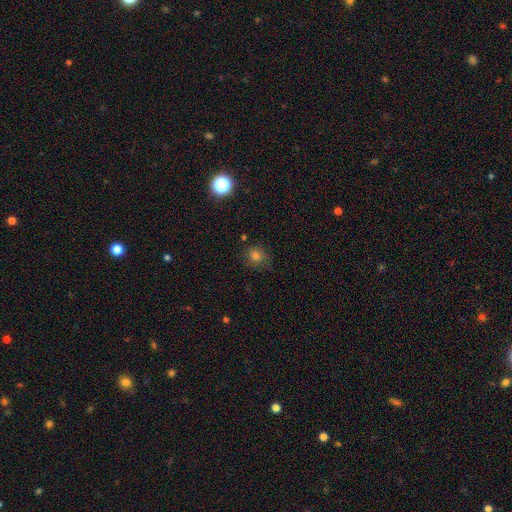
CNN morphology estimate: type=smooth (73%); roundness=round (82%); merging=none (79%).